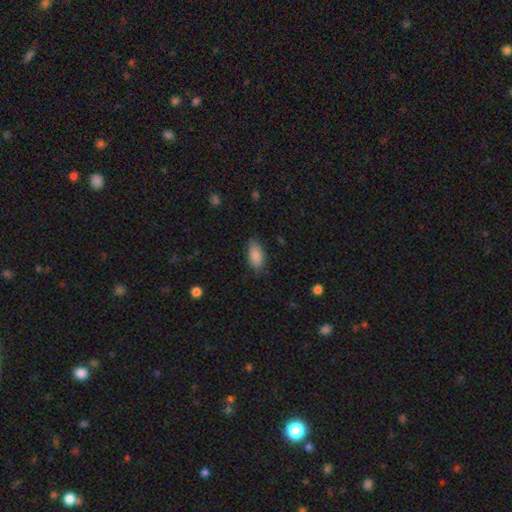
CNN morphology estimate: smooth 88%, star or artifact 7%, featured or disk 5%. Down the decision tree: how rounded — in between (91%); merging — none (80%).